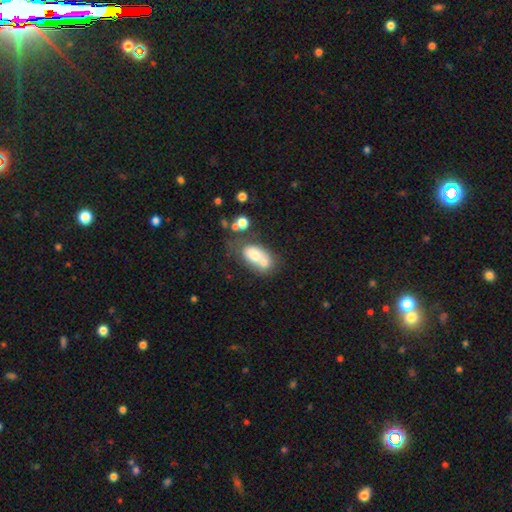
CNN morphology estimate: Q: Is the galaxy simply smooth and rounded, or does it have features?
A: smooth — 68%.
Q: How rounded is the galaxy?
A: in between — 86%.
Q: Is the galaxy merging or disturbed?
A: merger — 49%.